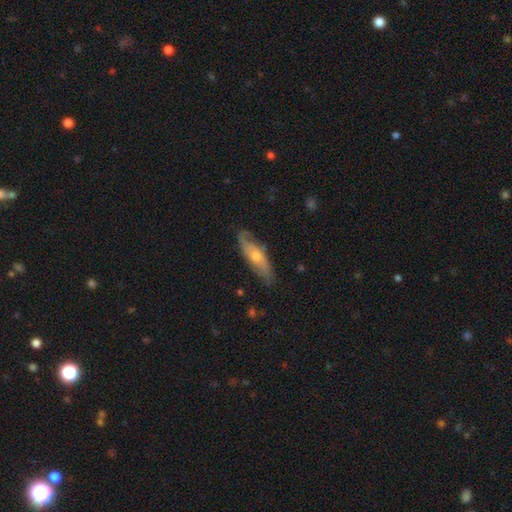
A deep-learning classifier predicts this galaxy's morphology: This appears to be a featured or disk galaxy (61%). Merging: none (75%).